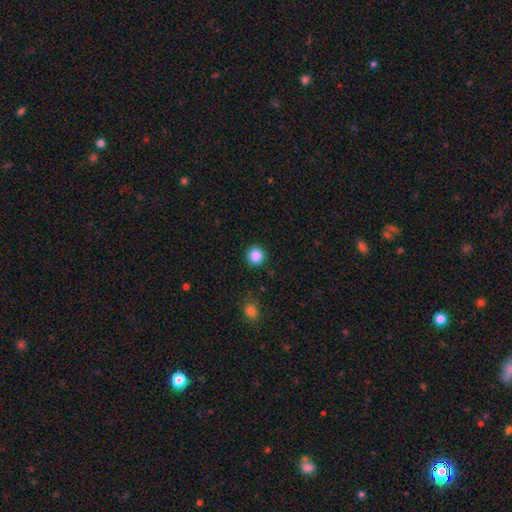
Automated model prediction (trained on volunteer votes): Morphology: type=smooth (87%); roundness=round (94%); merging=none (91%).